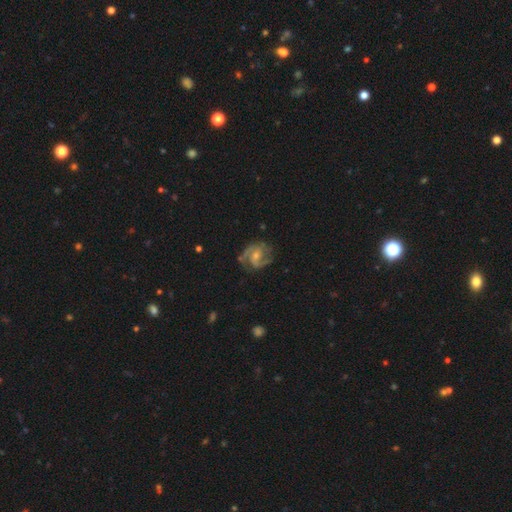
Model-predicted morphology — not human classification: This is clearly a featured or disk galaxy (86%). It is clearly not viewed edge-on (98%). Bar: possibly weak (45%, tied with no). Spiral arm pattern: clearly yes (96%). Spiral arm count: likely 2 (76%). Spiral winding: possibly medium (54%). Central bulge: possibly small (48%). Merging: likely none (67%).